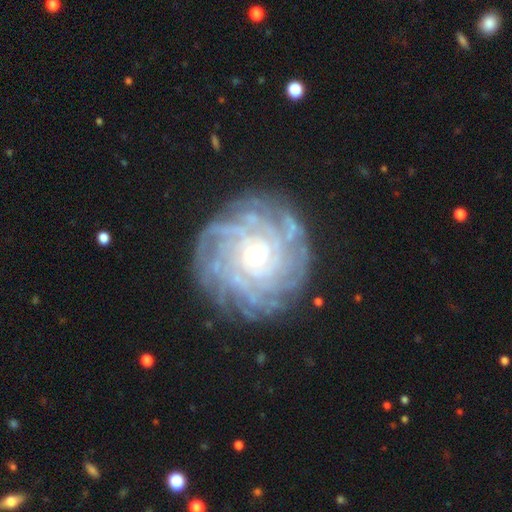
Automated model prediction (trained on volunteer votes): This is clearly a featured or disk galaxy (87%). It is clearly not viewed edge-on (97%). Bar: likely no (79%). Spiral arm pattern: clearly yes (97%). Spiral arm count: marginally more than 4 (35%). Spiral winding: clearly tight (81%). Central bulge: likely small (71%). Merging: clearly none (82%).